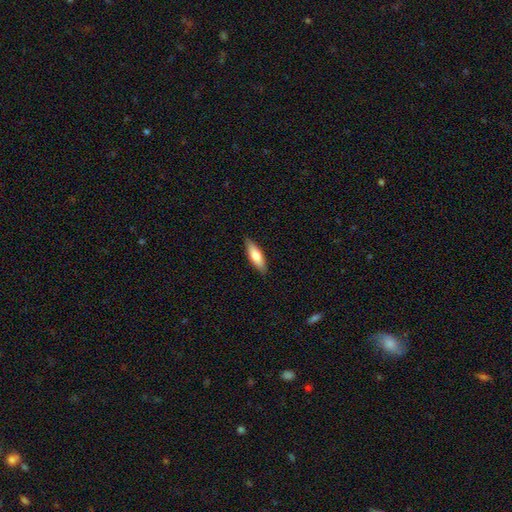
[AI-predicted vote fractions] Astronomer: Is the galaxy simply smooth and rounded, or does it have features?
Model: smooth — 73%.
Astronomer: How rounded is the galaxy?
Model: cigar-shaped — 52% (runner-up: in between, 46%).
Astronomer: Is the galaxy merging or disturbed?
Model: none — 87%.